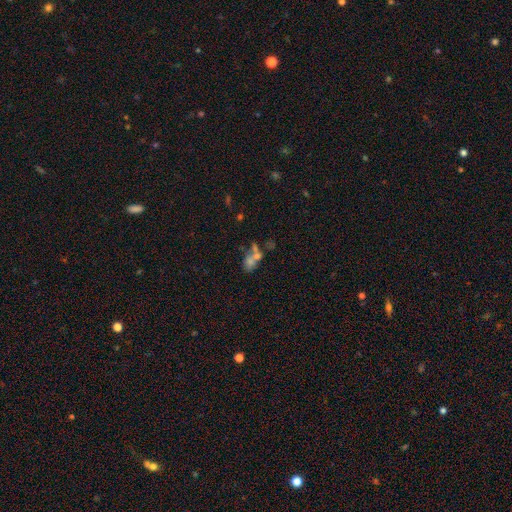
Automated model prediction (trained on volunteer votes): Q: Smooth or featured?
A: smooth (54%); runner-up: featured or disk (29%)
Q: How rounded?
A: in between (62%); runner-up: round (34%)
Q: Merging?
A: merger (59%); runner-up: none (24%)